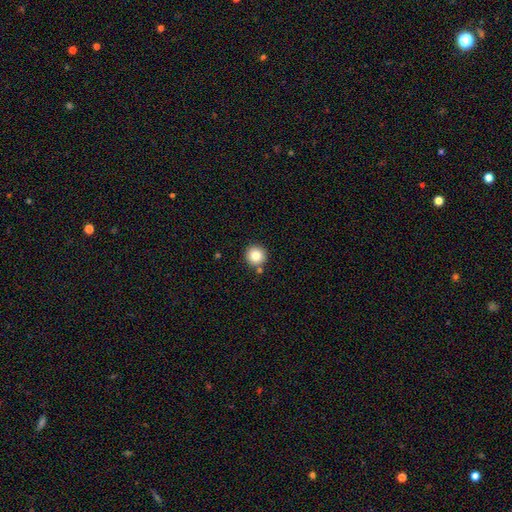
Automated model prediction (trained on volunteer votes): smooth_or_featured: smooth (p=0.83) [alt: star or artifact p=0.10]
how_rounded: round (p=0.96) [alt: in between p=0.04]
merging: none (p=0.83) [alt: minor disturbance p=0.07]